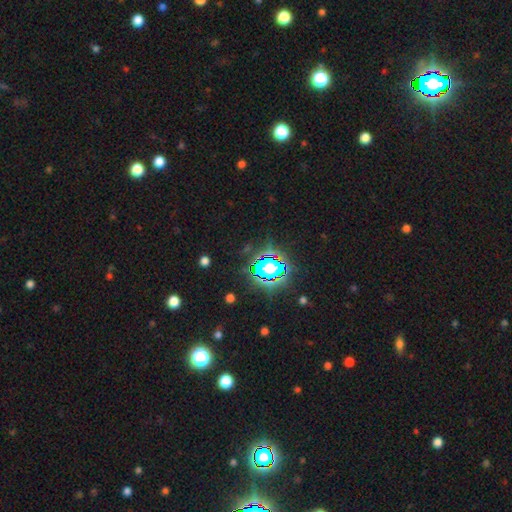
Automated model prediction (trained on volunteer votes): Smooth or featured? Predicted: star or artifact (p=0.83).